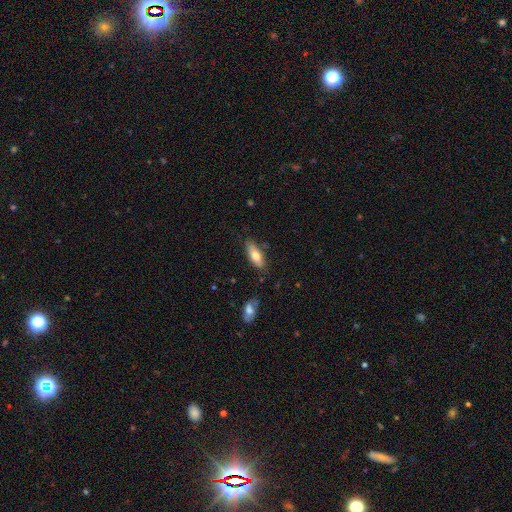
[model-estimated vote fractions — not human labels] A smooth galaxy with no disk features (72%) that is in between round and cigar-shaped (67%).

Vote fractions:
- Smooth or featured? smooth: 72% / featured or disk: 22% / star or artifact: 6%
- How rounded? in between: 67% / cigar-shaped: 31% / round: 2%
- Merging? none: 78% / minor disturbance: 16% / merger: 3% / major disturbance: 3%